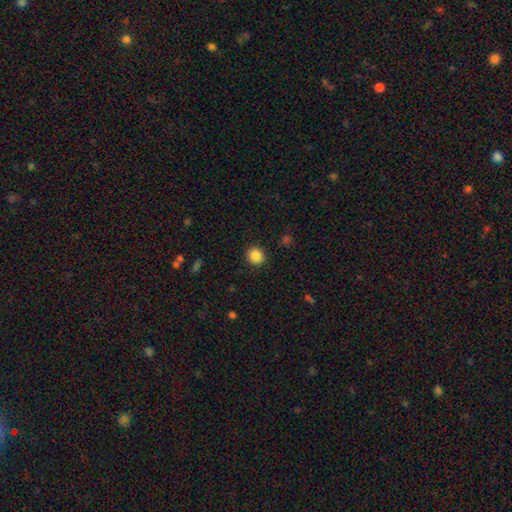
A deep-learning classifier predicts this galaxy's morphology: smooth-or-featured: smooth: 86% | star or artifact: 10% | featured or disk: 4%
  how-rounded: round: 87% | in between: 12% | cigar-shaped: 1%
  merging: none: 91% | minor disturbance: 6% | major disturbance: 2% | merger: 1%